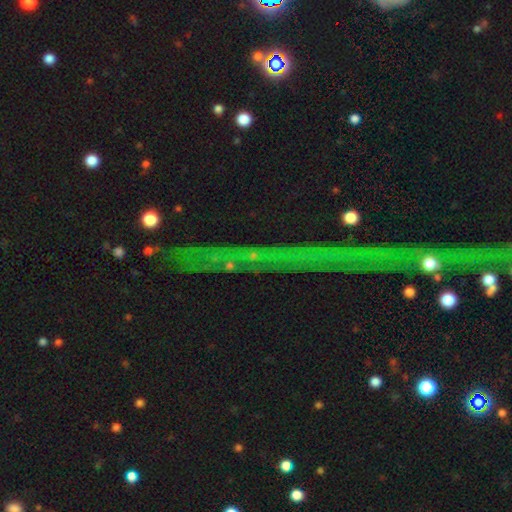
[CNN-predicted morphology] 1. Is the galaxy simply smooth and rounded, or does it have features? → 80% star or artifact, 11% featured or disk, 9% smooth.